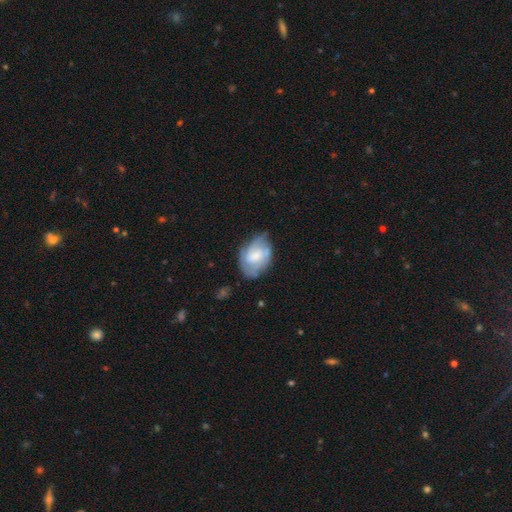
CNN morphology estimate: Smooth or featured? Predicted: featured or disk (p=0.48). Merging? Predicted: none (p=0.52).